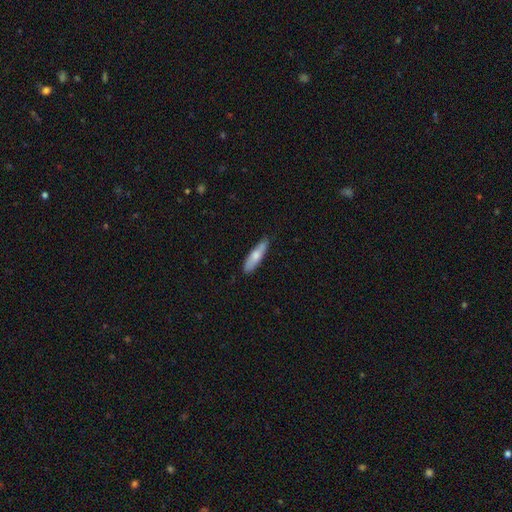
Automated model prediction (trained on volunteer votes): A smooth galaxy with no disk features (70%) that is cigar-shaped (69%). Merging: none (80%).